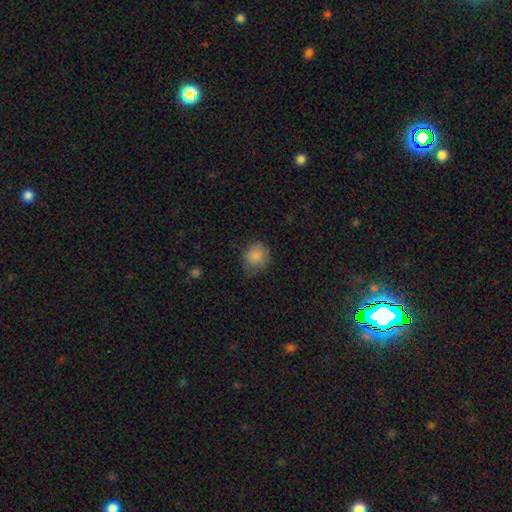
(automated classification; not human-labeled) Morphology: type=smooth (85%); roundness=round (75%); merging=none (62%).